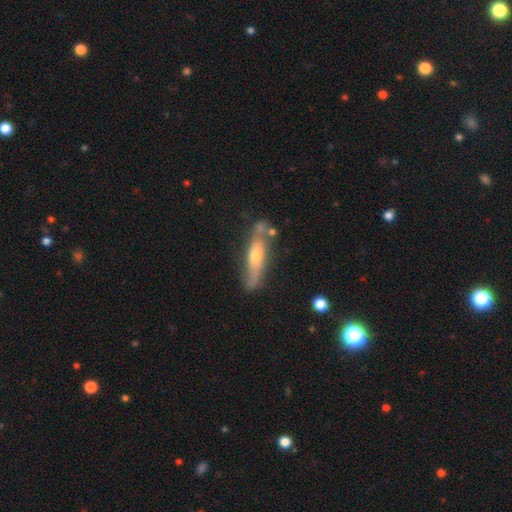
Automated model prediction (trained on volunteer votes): This appears to be a featured or disk galaxy (52%) viewed edge-on (62%). Merging: none (67%).